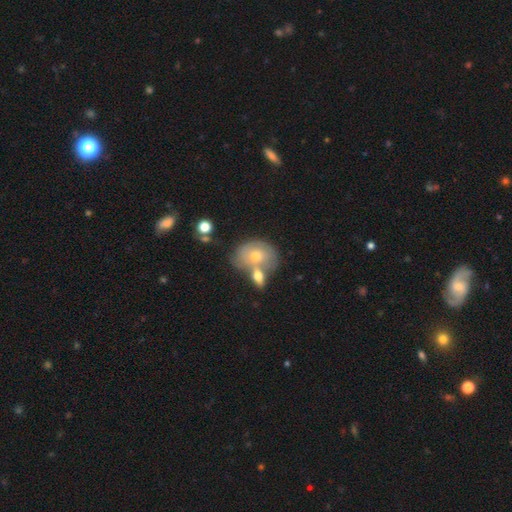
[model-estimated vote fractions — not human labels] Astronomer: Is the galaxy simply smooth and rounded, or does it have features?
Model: smooth — 55% (runner-up: featured or disk, 36%).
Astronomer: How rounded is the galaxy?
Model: in between — 69%.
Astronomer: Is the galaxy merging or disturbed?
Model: merger — 43% (runner-up: none, 37%).